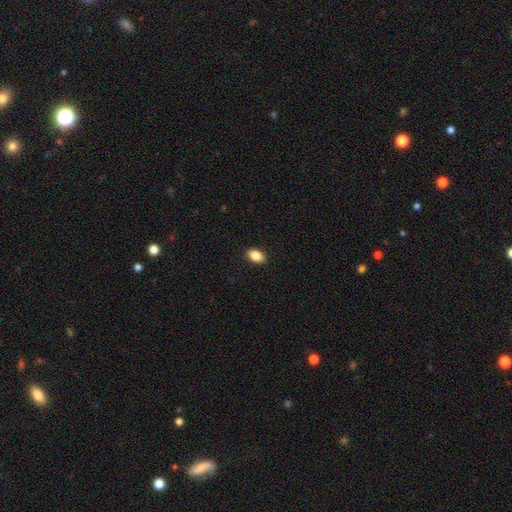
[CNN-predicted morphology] The model was most divided on "how rounded": in between: 87%, round: 11%, cigar-shaped: 2%. More confident: merging — none (90%); smooth or featured — smooth (86%).